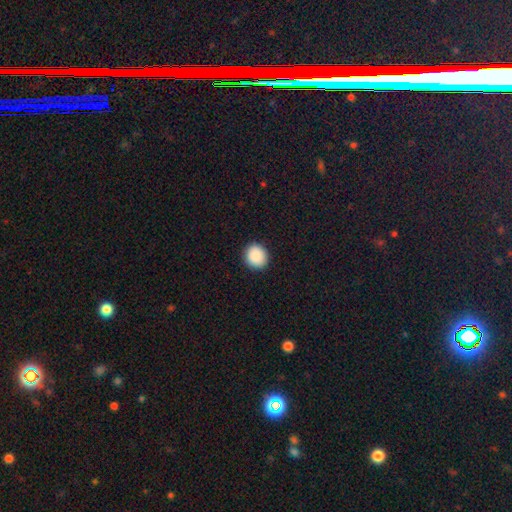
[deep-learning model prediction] Smooth or featured? smooth (90%)
How rounded? round (81%)
Merging? none (91%)